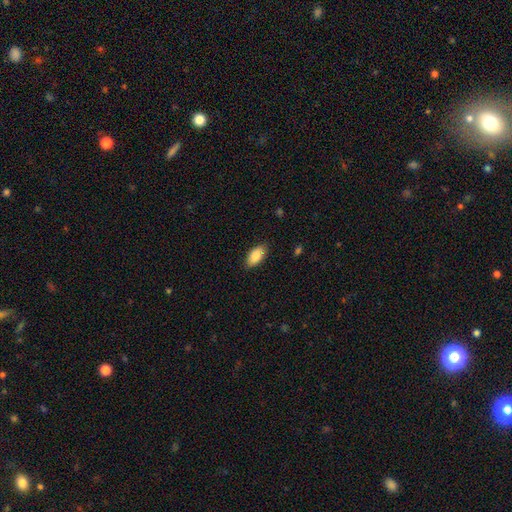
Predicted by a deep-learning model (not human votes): Smooth or featured? smooth (85%)
How rounded? in between (92%)
Merging? none (86%)